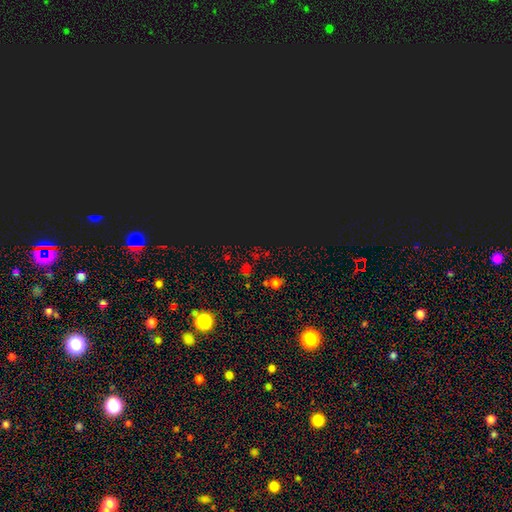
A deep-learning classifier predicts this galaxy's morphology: Smooth or featured?
  - star or artifact: 70% *
  - smooth: 23%
  - featured or disk: 7%